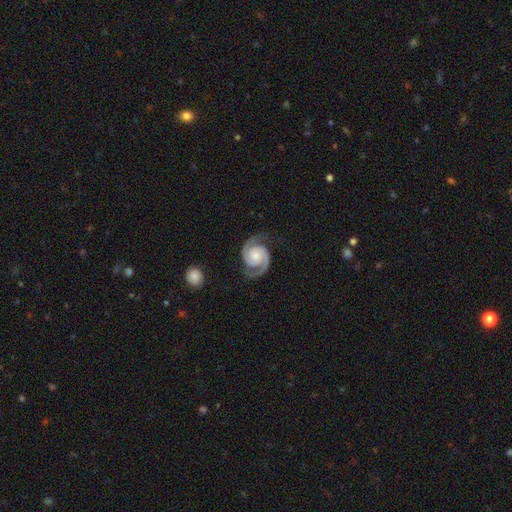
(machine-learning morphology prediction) Smooth or featured?
  - featured or disk: 93% *
  - star or artifact: 4%
  - smooth: 3%
Edge-on disk?
  - no: 98% *
  - yes: 2%
Bar?
  - no: 73% *
  - weak: 20%
  - strong: 8%
Spiral arms?
  - yes: 99% *
  - no: 1%
Spiral winding?
  - tight: 49% *
  - medium: 44%
  - loose: 7%
Spiral arm count?
  - 2: 94% *
  - can't tell: 1%
  - 3: 1%
  - 1: 1%
  - 4: 1%
  - more than 4: 1%
Bulge size?
  - small: 53% *
  - moderate: 34%
  - none: 8%
  - large: 5%
  - dominant: 2%
Merging?
  - none: 82% *
  - minor disturbance: 12%
  - major disturbance: 4%
  - merger: 2%